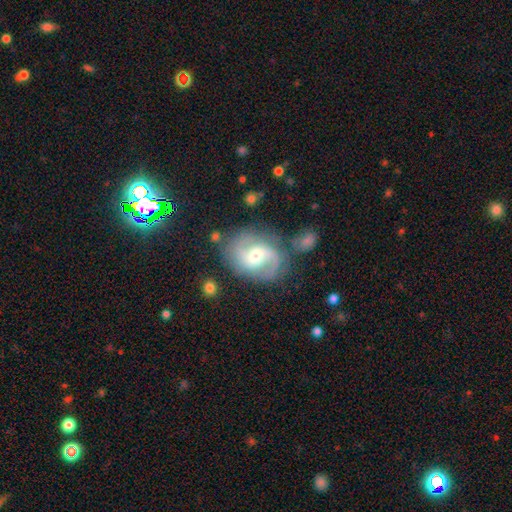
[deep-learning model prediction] Smooth or featured: featured or disk — 81% (smooth — 12%)
Edge-on disk: no — 97% (yes — 3%)
Bar: weak — 45% (no — 41%)
Spiral arms: yes — 94% (no — 6%)
Spiral winding: medium — 49% (loose — 26%)
Spiral arm count: 2 — 82% (can't tell — 8%)
Bulge size: moderate — 63% (small — 32%)
Merging: none — 69% (minor disturbance — 18%)